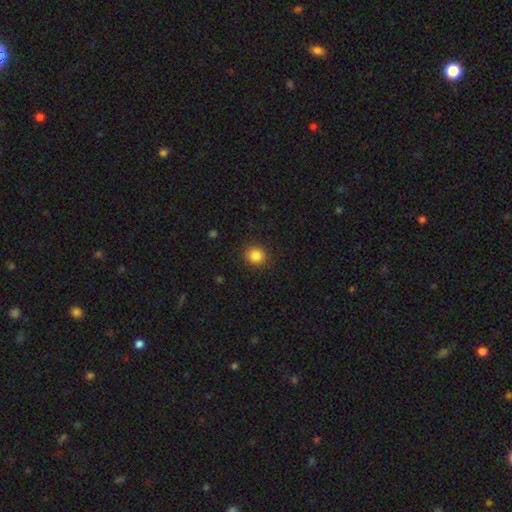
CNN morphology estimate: The model was most divided on "how rounded": round: 81%, in between: 18%, cigar-shaped: 1%. More confident: merging — none (90%); smooth or featured — smooth (86%).